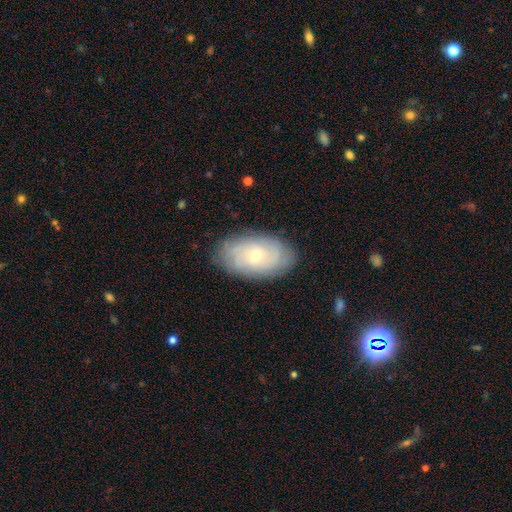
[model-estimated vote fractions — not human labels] Smooth or featured: featured or disk — 65% (smooth — 27%)
Edge-on disk: no — 94% (yes — 6%)
Bar: no — 77% (weak — 20%)
Spiral arms: yes — 83% (no — 17%)
Spiral winding: tight — 72% (medium — 21%)
Spiral arm count: can't tell — 57% (2 — 13%)
Bulge size: small — 66% (moderate — 31%)
Merging: none — 84% (minor disturbance — 12%)